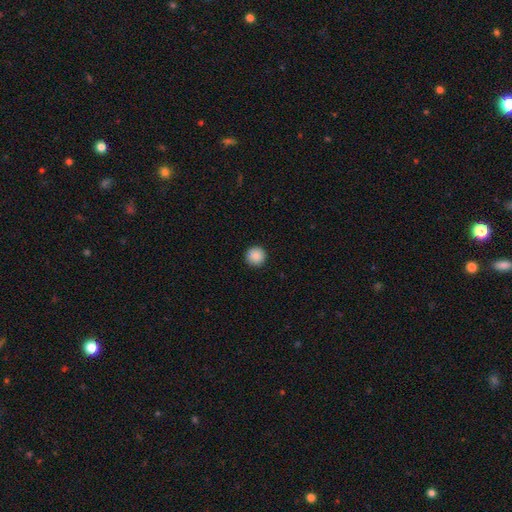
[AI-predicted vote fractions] Morphology: type=smooth (88%); roundness=round (96%); merging=none (92%).